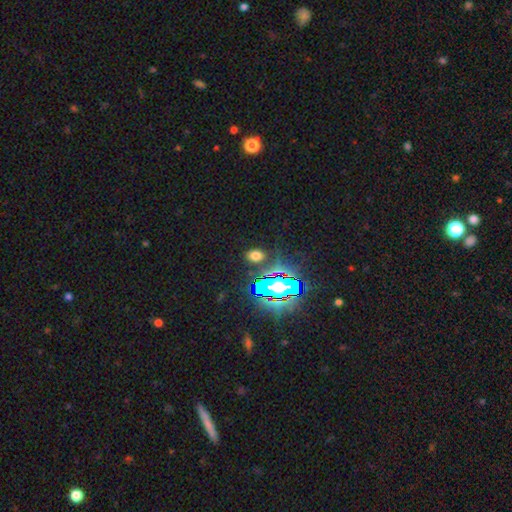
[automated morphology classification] smooth 59%, star or artifact 33%, featured or disk 8%. Down the decision tree: how rounded — in between (74%); merging — none (83%).